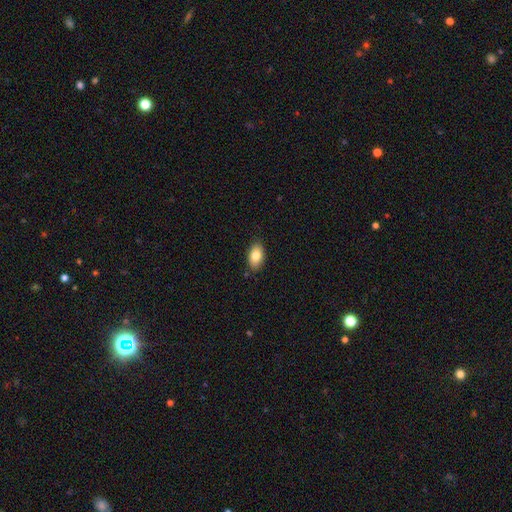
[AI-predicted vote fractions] smooth 82%, featured or disk 11%, star or artifact 7%. Down the decision tree: how rounded — in between (92%); merging — none (86%).